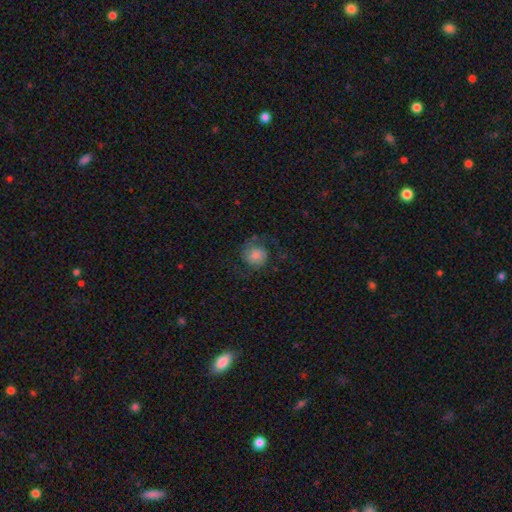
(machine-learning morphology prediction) Smooth or featured? Predicted: smooth (p=0.47). Merging? Predicted: none (p=0.68).